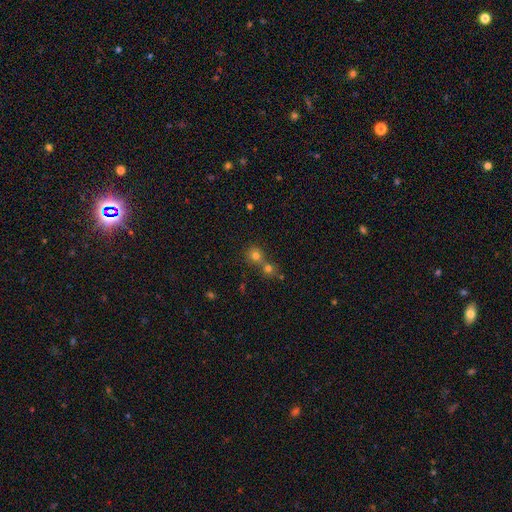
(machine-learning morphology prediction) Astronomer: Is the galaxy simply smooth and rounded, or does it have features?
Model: smooth — 73%.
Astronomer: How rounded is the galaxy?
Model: round — 85%.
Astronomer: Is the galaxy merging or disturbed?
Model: merger — 48% (runner-up: none, 44%).